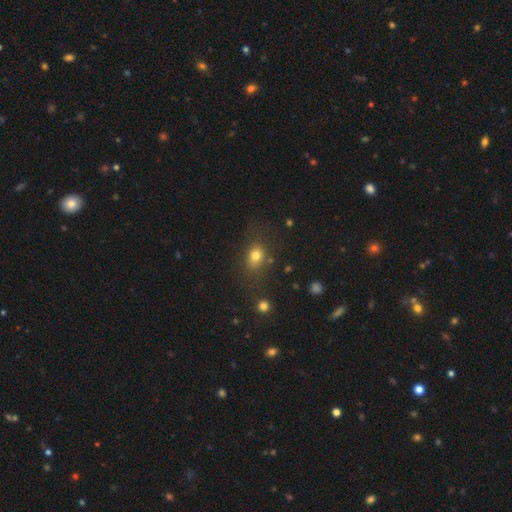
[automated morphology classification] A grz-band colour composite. It shows a smooth galaxy with no disk features (76%) that is in between round and cigar-shaped (53%). Merging: none (69%).